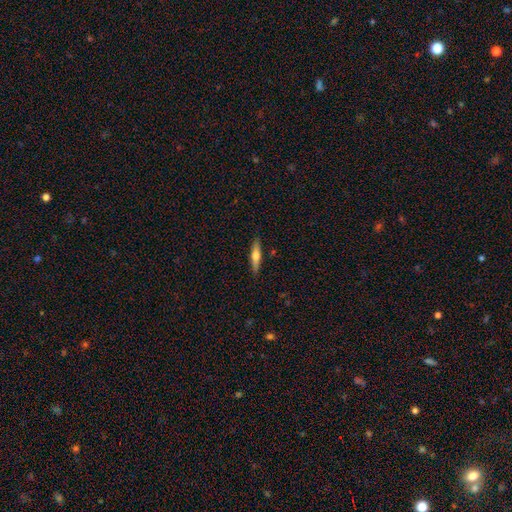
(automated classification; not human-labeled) Smooth or featured?
  - smooth: 48% *
  - featured or disk: 46%
  - star or artifact: 6%
Merging?
  - none: 89% *
  - minor disturbance: 8%
  - major disturbance: 2%
  - merger: 1%